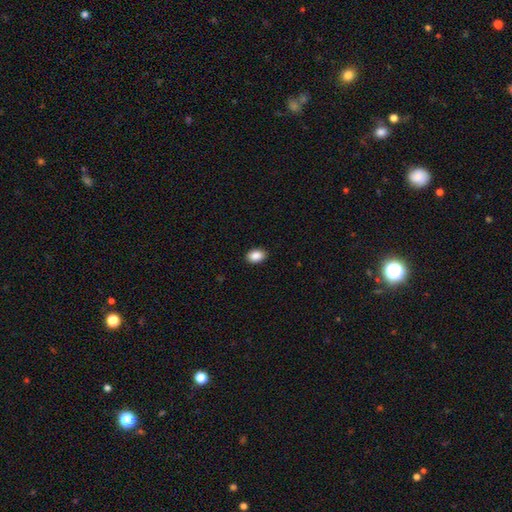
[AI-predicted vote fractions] Smooth or featured?
  - smooth: 89% *
  - star or artifact: 8%
  - featured or disk: 3%
How rounded?
  - in between: 84% *
  - round: 15%
  - cigar-shaped: 1%
Merging?
  - none: 90% *
  - minor disturbance: 7%
  - major disturbance: 2%
  - merger: 1%